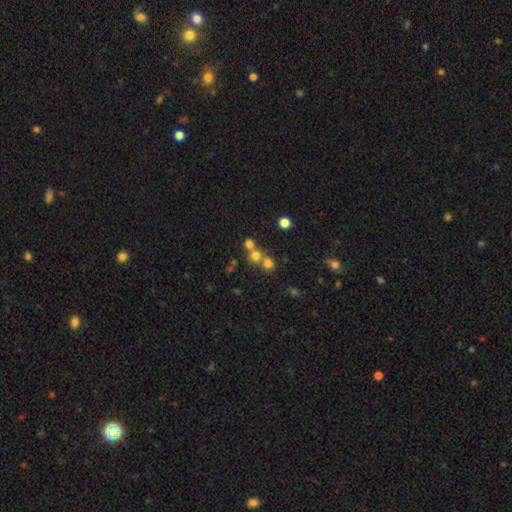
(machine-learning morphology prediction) This is likely a smooth galaxy (66%). How rounded: clearly round (88%). Merging: possibly none (48%).